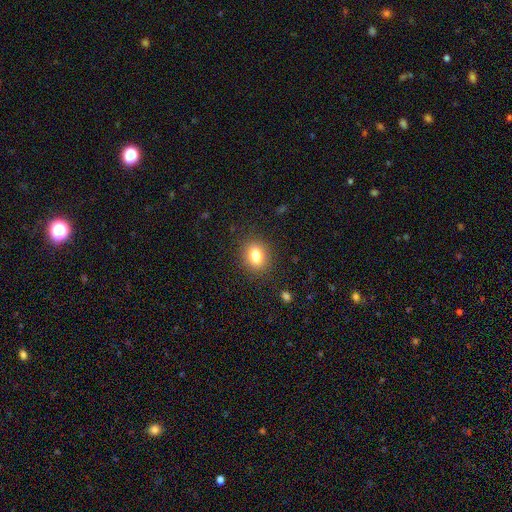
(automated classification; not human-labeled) smooth 82%, star or artifact 10%, featured or disk 8%. Down the decision tree: how rounded — in between (58%); merging — none (87%).